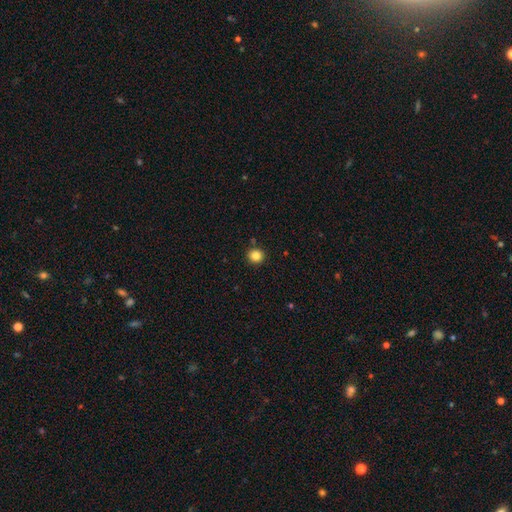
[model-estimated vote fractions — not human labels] This is clearly a smooth galaxy (84%). How rounded: clearly round (92%). Merging: clearly none (90%).